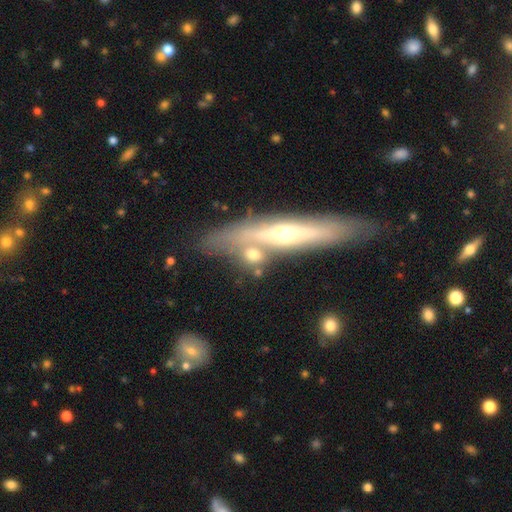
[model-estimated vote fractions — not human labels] smooth 45%, featured or disk 42%, star or artifact 12%. Down the decision tree: merging — none (48%).